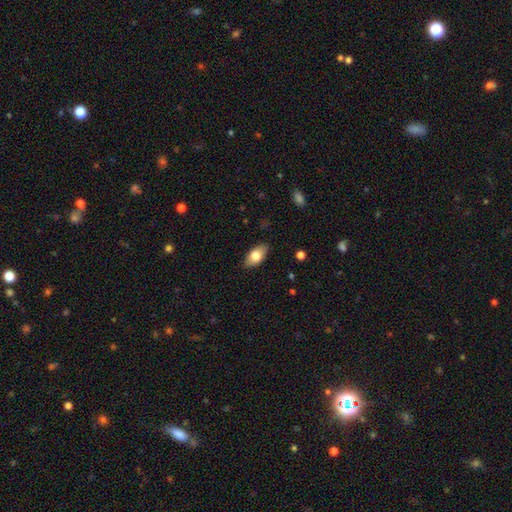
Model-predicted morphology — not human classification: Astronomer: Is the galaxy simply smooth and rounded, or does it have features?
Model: smooth — 77%.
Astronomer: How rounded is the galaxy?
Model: in between — 92%.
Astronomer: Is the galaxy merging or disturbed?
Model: none — 86%.